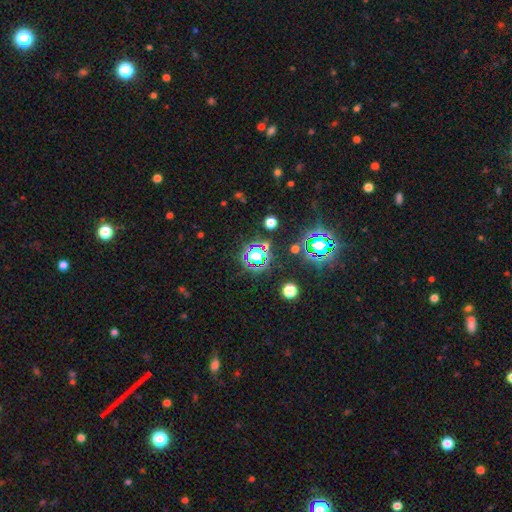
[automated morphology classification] type=star or artifact (66%).